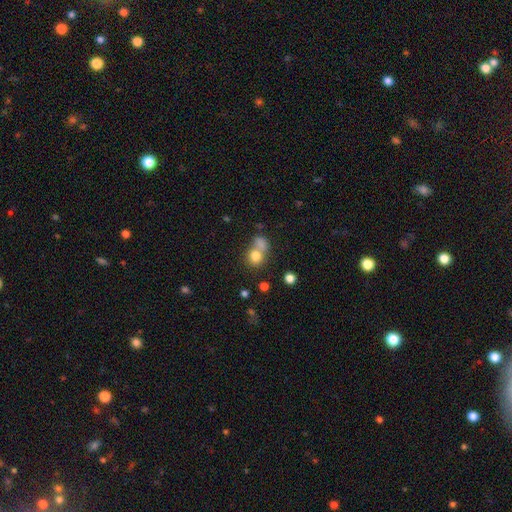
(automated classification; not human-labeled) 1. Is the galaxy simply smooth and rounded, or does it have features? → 78% smooth, 12% star or artifact, 10% featured or disk.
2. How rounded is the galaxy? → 75% round, 24% in between, 1% cigar-shaped.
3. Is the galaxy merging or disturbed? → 47% merger, 39% none, 9% minor disturbance, 5% major disturbance.